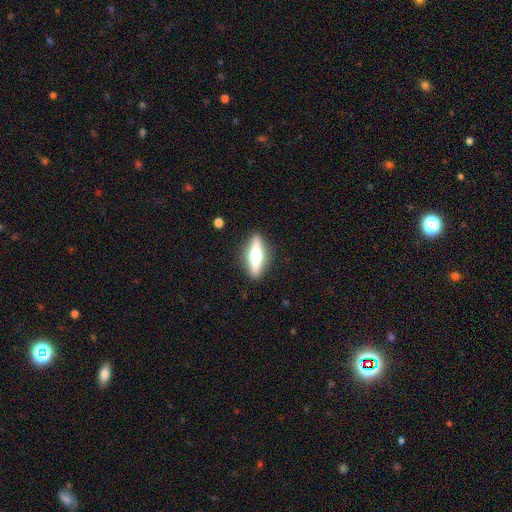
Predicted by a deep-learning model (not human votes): smooth-or-featured: featured or disk: 63% | smooth: 32% | star or artifact: 6%
  disk-edge-on: yes: 94% | no: 6%
    edge-on-bulge: rounded: 95% | boxy: 3% | none: 2%
  merging: none: 89% | minor disturbance: 7% | major disturbance: 2% | merger: 1%